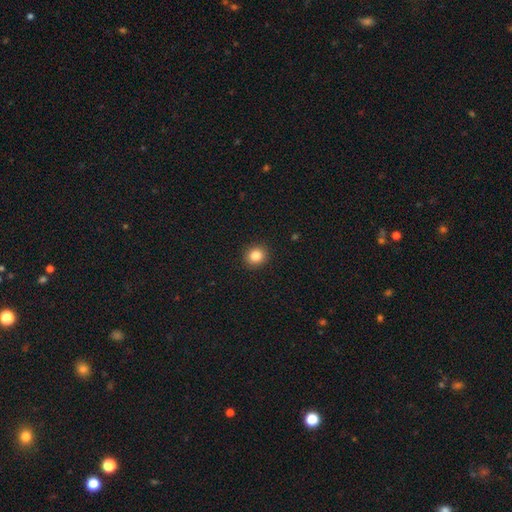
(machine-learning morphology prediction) smooth-or-featured: smooth: 84% | star or artifact: 11% | featured or disk: 5%
  how-rounded: round: 85% | in between: 14% | cigar-shaped: 1%
  merging: none: 92% | minor disturbance: 5% | major disturbance: 2% | merger: 1%